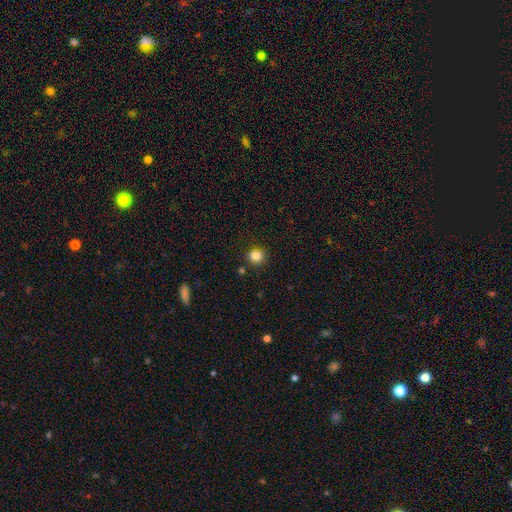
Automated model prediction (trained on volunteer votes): This is clearly a smooth galaxy (84%). How rounded: clearly round (89%). Merging: clearly none (87%).